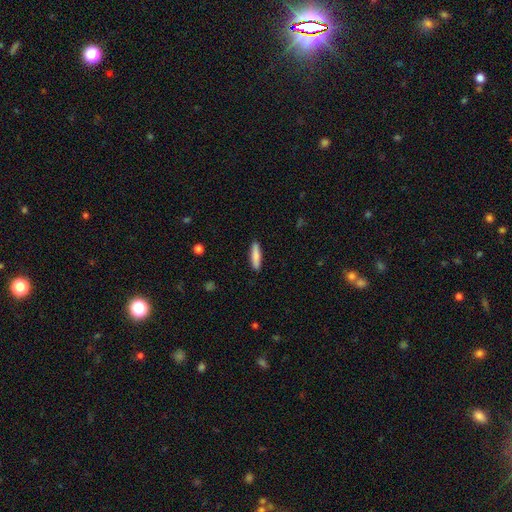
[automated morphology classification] Smooth or featured? Predicted: smooth (p=0.82). How rounded? Predicted: cigar-shaped (p=0.80). Merging? Predicted: none (p=0.90).